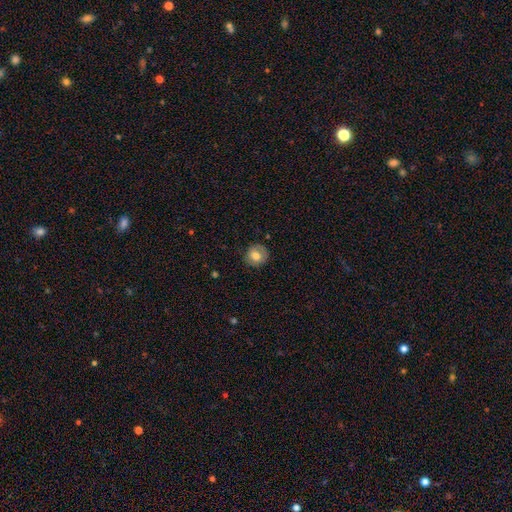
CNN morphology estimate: Overall: smooth (71%). How rounded: round (87%). Merging: none (82%).